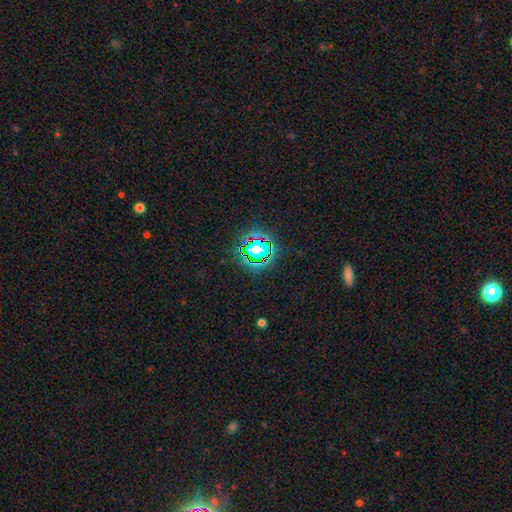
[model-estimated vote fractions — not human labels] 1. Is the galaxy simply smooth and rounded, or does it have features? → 79% star or artifact, 14% smooth, 8% featured or disk.